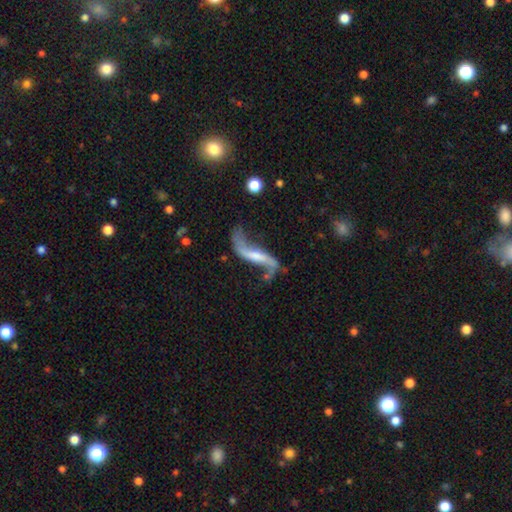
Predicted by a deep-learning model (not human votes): This appears to be a featured or disk galaxy (82%) with a strong bar (36%), 2 (91%) loose (93%) spiral arms (91%) and a small central bulge (37%). Merging: none (50%).